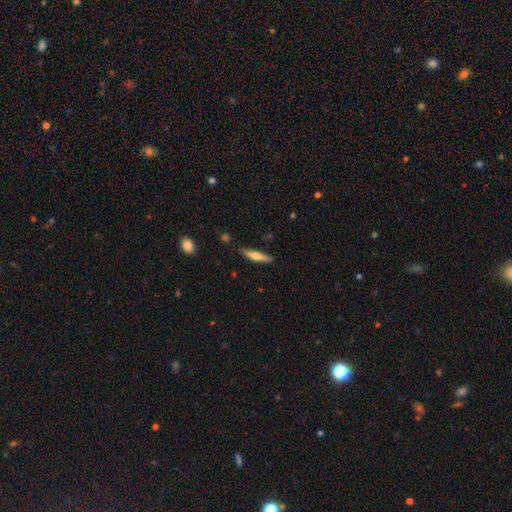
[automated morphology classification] smooth_or_featured: smooth (p=0.53) [alt: featured or disk p=0.41]
how_rounded: cigar-shaped (p=0.84) [alt: in between p=0.14]
merging: none (p=0.86) [alt: minor disturbance p=0.11]